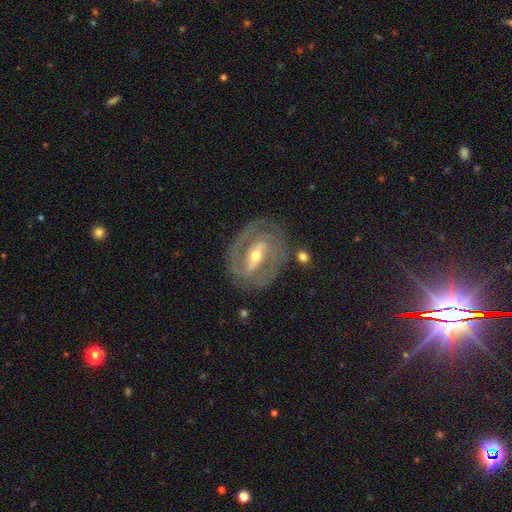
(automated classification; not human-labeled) Smooth or featured?
  - featured or disk: 85% *
  - star or artifact: 8%
  - smooth: 7%
Edge-on disk?
  - no: 95% *
  - yes: 5%
Bar?
  - strong: 57% *
  - weak: 30%
  - no: 13%
Spiral arms?
  - yes: 91% *
  - no: 9%
Spiral winding?
  - tight: 59% *
  - medium: 33%
  - loose: 8%
Spiral arm count?
  - 2: 75% *
  - can't tell: 11%
  - 3: 6%
  - 1: 4%
  - 4: 2%
  - more than 4: 2%
Bulge size?
  - moderate: 50% *
  - small: 46%
  - large: 2%
  - none: 1%
  - dominant: 1%
Merging?
  - none: 78% *
  - minor disturbance: 14%
  - major disturbance: 6%
  - merger: 2%